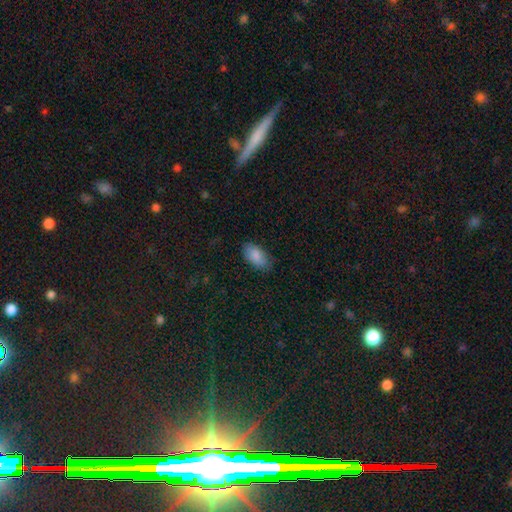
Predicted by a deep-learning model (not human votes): This is clearly a smooth galaxy (87%). How rounded: clearly in between (94%). Merging: clearly none (80%).